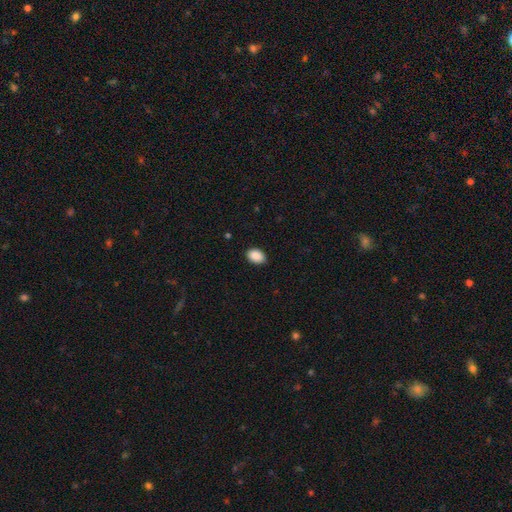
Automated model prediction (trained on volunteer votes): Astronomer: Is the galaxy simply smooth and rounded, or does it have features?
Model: smooth — 90%.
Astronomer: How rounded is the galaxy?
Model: in between — 83%.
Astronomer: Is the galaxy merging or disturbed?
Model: none — 86%.